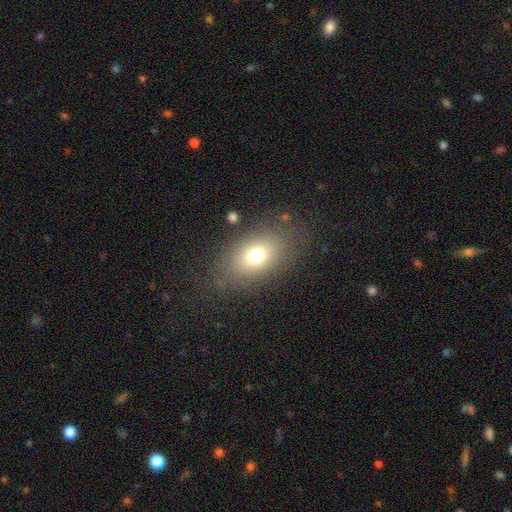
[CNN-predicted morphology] smooth_or_featured: smooth (p=0.72) [alt: featured or disk p=0.15]
how_rounded: in between (p=0.79) [alt: round p=0.19]
merging: none (p=0.79) [alt: minor disturbance p=0.12]